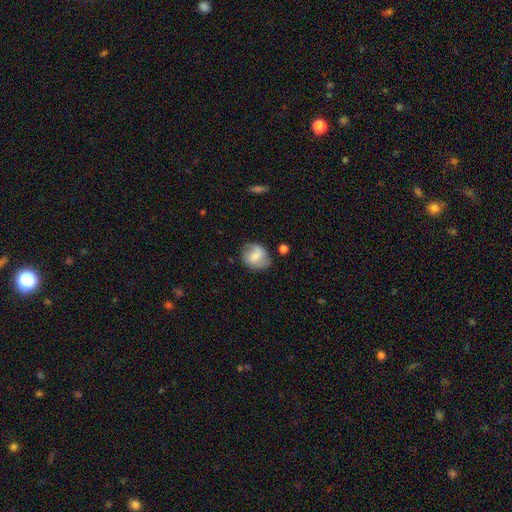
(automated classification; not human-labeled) Smooth or featured? smooth (62%)
How rounded? round (54%)
Merging? none (67%)